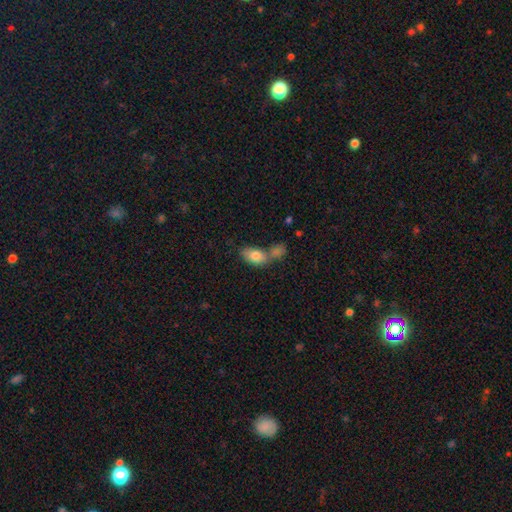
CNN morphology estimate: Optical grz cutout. It shows a smooth galaxy with no disk features (80%) that is in between round and cigar-shaped (87%). Merging: merger (47%).